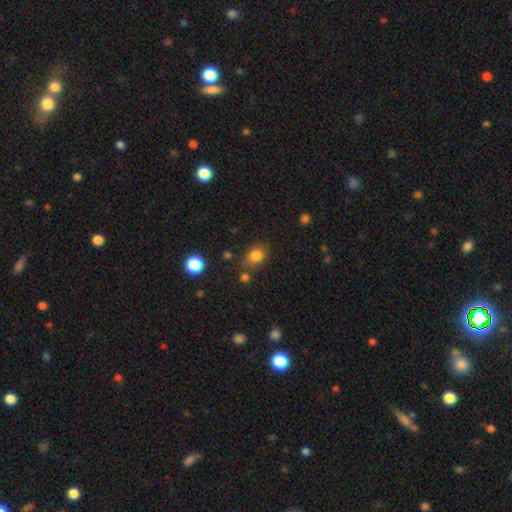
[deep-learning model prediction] Q: Smooth or featured?
A: smooth (82%); runner-up: star or artifact (11%)
Q: How rounded?
A: round (51%); runner-up: in between (48%)
Q: Merging?
A: none (68%); runner-up: minor disturbance (18%)